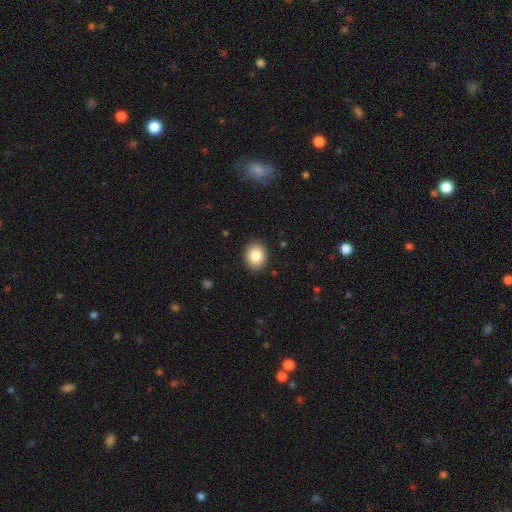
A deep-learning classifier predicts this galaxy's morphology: Smooth or featured?
  - smooth: 85% *
  - star or artifact: 8%
  - featured or disk: 7%
How rounded?
  - round: 55% *
  - in between: 44%
  - cigar-shaped: 1%
Merging?
  - none: 90% *
  - minor disturbance: 8%
  - major disturbance: 2%
  - merger: 1%